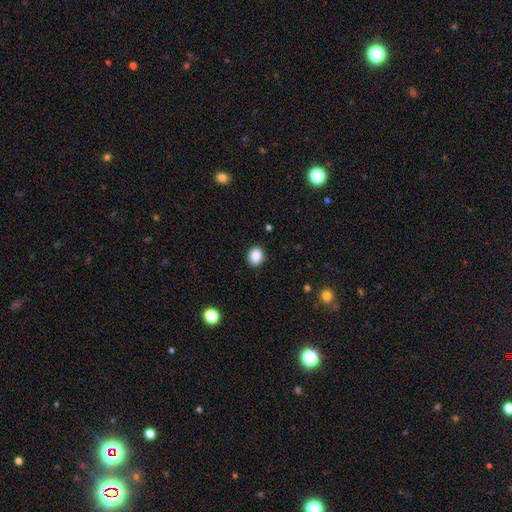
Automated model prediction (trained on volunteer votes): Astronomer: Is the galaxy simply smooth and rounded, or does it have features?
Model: smooth — 88%.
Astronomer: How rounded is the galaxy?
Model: round — 59% (runner-up: in between, 40%).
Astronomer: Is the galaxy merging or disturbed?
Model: none — 89%.